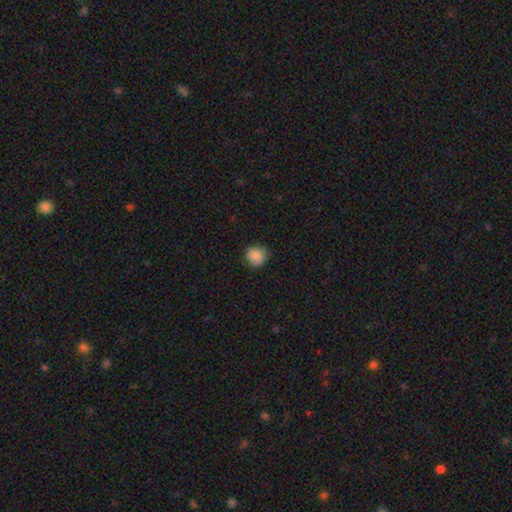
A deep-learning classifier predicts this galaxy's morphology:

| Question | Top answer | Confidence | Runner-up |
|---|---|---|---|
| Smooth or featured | smooth | 86% | star or artifact (8%) |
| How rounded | round | 87% | in between (12%) |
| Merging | none | 76% | minor disturbance (19%) |